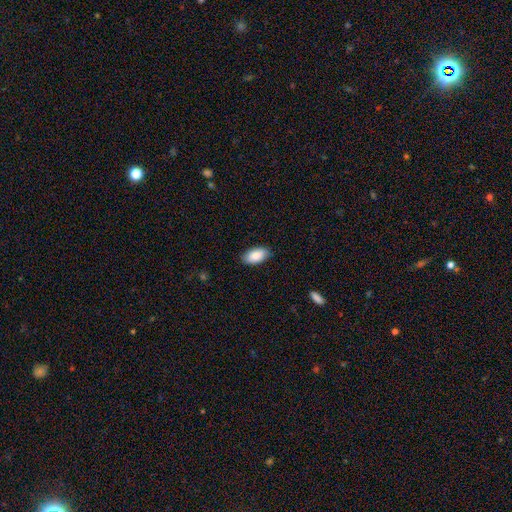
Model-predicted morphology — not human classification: Overall: smooth (89%). How rounded: in between (95%). Merging: none (87%).